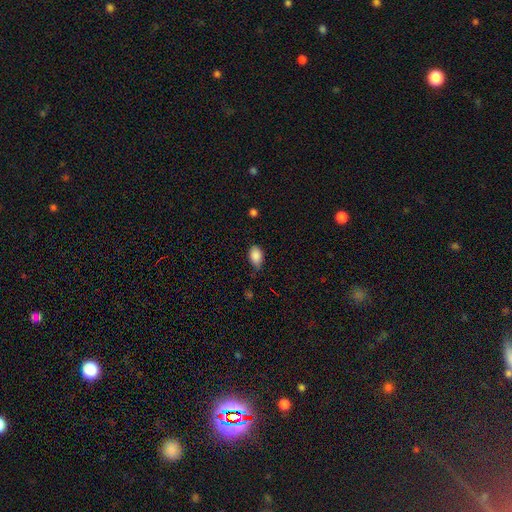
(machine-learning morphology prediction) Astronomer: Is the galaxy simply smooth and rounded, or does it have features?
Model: smooth — 87%.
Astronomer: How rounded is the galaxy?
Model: in between — 85%.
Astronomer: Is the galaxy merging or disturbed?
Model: none — 66%.